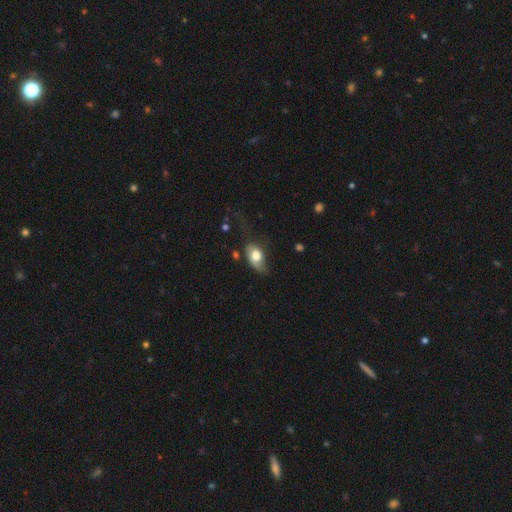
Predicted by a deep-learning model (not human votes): smooth 71%, featured or disk 22%, star or artifact 7%. Down the decision tree: how rounded — in between (84%); merging — minor disturbance (35%).